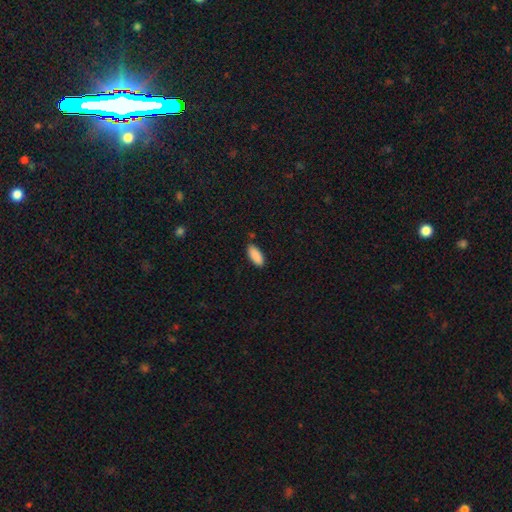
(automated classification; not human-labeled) smooth-or-featured: smooth: 90% | star or artifact: 6% | featured or disk: 3%
  how-rounded: in between: 85% | cigar-shaped: 13% | round: 2%
  merging: none: 84% | minor disturbance: 11% | major disturbance: 2% | merger: 2%